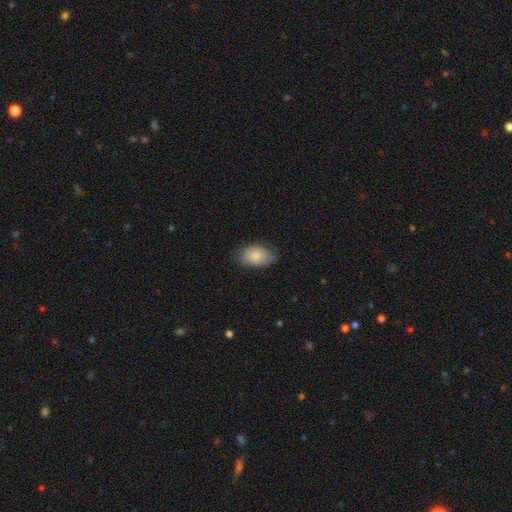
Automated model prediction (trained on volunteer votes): Smooth or featured?
  - smooth: 77% *
  - featured or disk: 17%
  - star or artifact: 7%
How rounded?
  - in between: 88% *
  - round: 11%
  - cigar-shaped: 1%
Merging?
  - none: 69% *
  - minor disturbance: 24%
  - major disturbance: 6%
  - merger: 1%